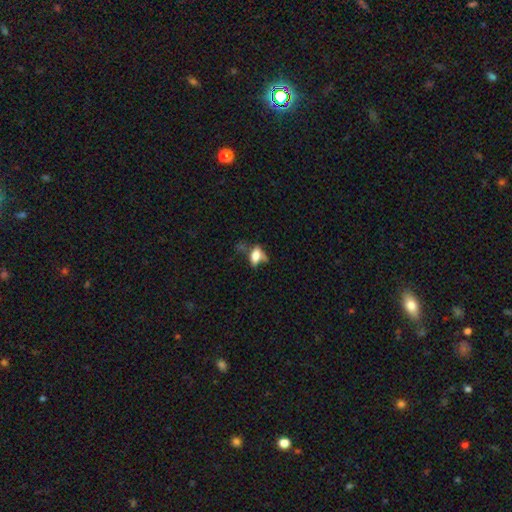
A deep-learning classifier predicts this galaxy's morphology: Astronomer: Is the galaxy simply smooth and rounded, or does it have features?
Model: smooth — 65%.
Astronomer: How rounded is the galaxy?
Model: in between — 82%.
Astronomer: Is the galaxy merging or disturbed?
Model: none — 32% (runner-up: major disturbance, 29%).